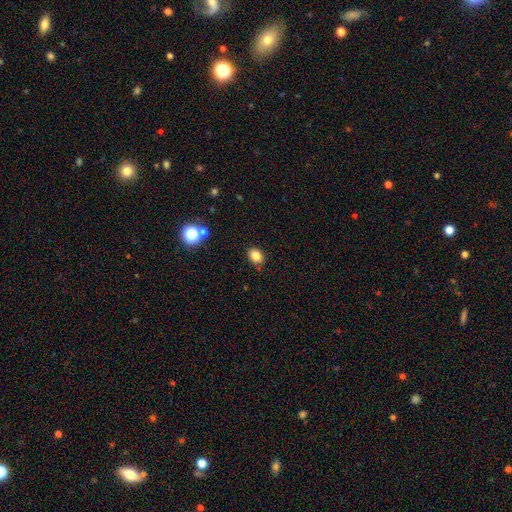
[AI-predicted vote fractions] Smooth or featured: smooth — 82% (star or artifact — 12%)
How rounded: in between — 55% (round — 44%)
Merging: none — 84% (minor disturbance — 11%)